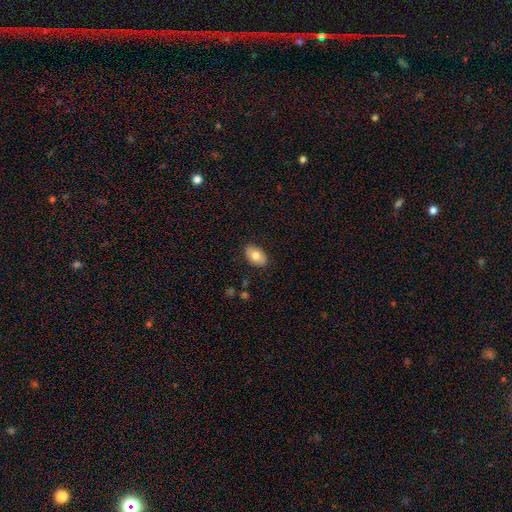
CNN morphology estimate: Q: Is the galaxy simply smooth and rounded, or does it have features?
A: smooth — 75%.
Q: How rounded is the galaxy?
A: in between — 90%.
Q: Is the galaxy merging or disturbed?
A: none — 86%.